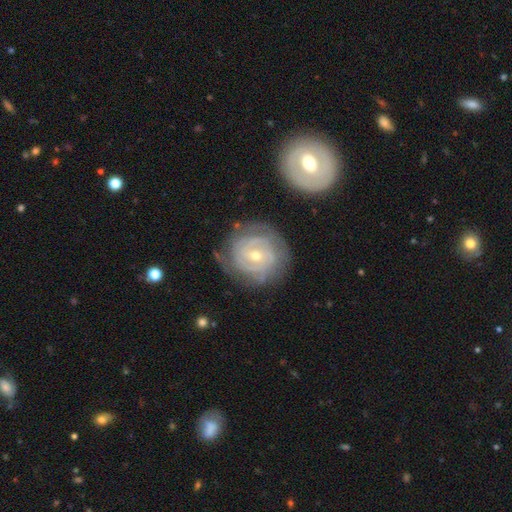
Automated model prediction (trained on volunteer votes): smooth-or-featured: featured or disk: 82% | smooth: 13% | star or artifact: 6%
  disk-edge-on: no: 97% | yes: 3%
    bar: no: 58% | weak: 33% | strong: 9%
    has-spiral-arms: yes: 92% | no: 8%
      spiral-winding: tight: 77% | medium: 19% | loose: 4%
      spiral-arm-count: can't tell: 38% | 2: 25% | 3: 19% | 4: 9% | 1: 5% | more than 4: 5%
    bulge-size: small: 58% | moderate: 39% | large: 1% | none: 1% | dominant: 1%
  merging: none: 73% | minor disturbance: 17% | major disturbance: 7% | merger: 4%